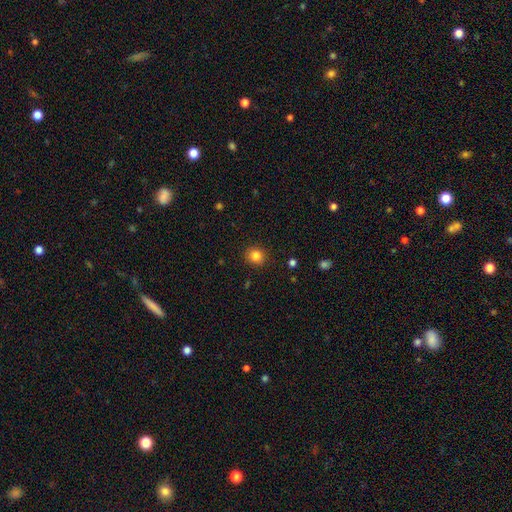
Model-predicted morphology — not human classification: This is clearly a smooth galaxy (84%). How rounded: clearly round (89%). Merging: clearly none (90%).